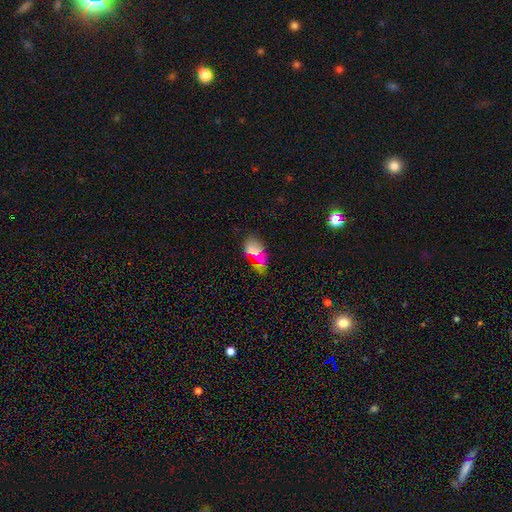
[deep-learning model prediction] Smooth or featured: smooth — 51% (star or artifact — 26%)
How rounded: in between — 80% (cigar-shaped — 11%)
Merging: none — 45% (minor disturbance — 24%)